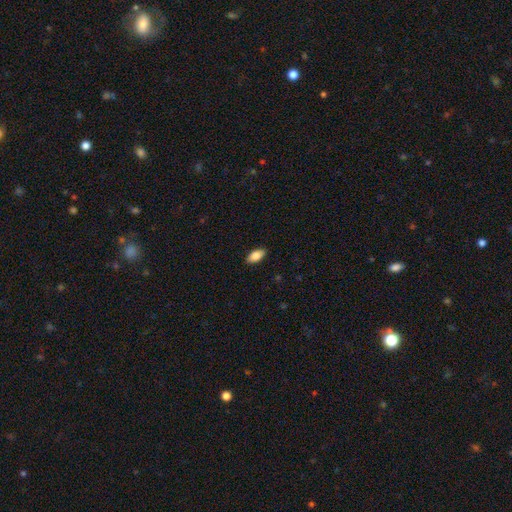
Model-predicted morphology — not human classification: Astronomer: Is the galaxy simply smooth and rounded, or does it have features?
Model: smooth — 85%.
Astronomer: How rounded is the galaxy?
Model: in between — 91%.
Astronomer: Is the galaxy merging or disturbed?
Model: none — 88%.